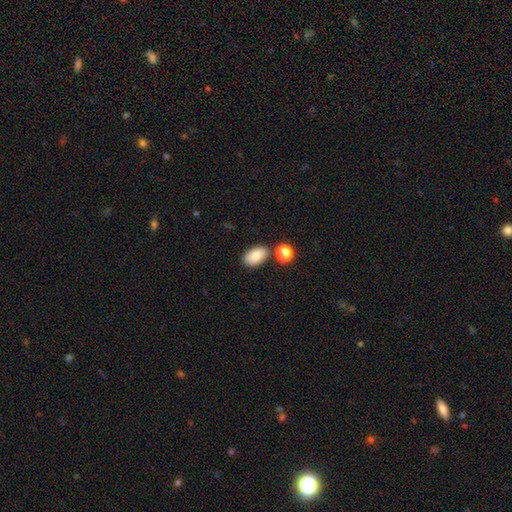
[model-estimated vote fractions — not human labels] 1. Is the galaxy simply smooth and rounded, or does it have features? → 84% smooth, 8% featured or disk, 8% star or artifact.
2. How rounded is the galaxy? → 92% in between, 6% round, 2% cigar-shaped.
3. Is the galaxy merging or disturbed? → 77% none, 12% minor disturbance, 8% merger, 3% major disturbance.